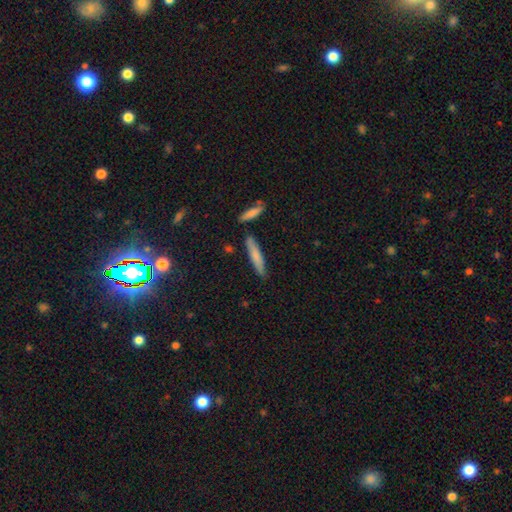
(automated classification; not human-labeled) smooth_or_featured: smooth (p=0.74) [alt: featured or disk p=0.19]
how_rounded: cigar-shaped (p=0.89) [alt: in between p=0.10]
merging: none (p=0.81) [alt: minor disturbance p=0.11]